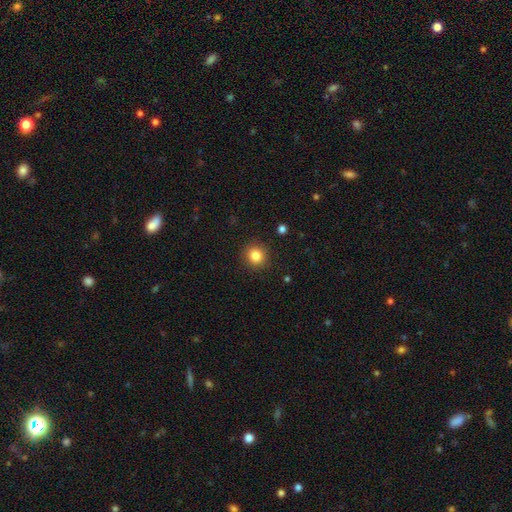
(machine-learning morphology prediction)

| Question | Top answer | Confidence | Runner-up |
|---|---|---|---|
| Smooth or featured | smooth | 83% | star or artifact (11%) |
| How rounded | round | 93% | in between (6%) |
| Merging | none | 91% | minor disturbance (5%) |